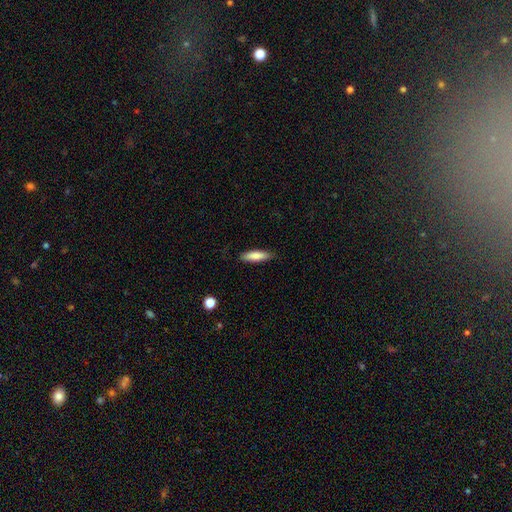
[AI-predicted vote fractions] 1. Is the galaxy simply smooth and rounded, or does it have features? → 81% smooth, 12% featured or disk, 6% star or artifact.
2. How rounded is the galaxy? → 62% cigar-shaped, 37% in between, 1% round.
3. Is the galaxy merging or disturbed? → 85% none, 11% minor disturbance, 2% major disturbance, 1% merger.